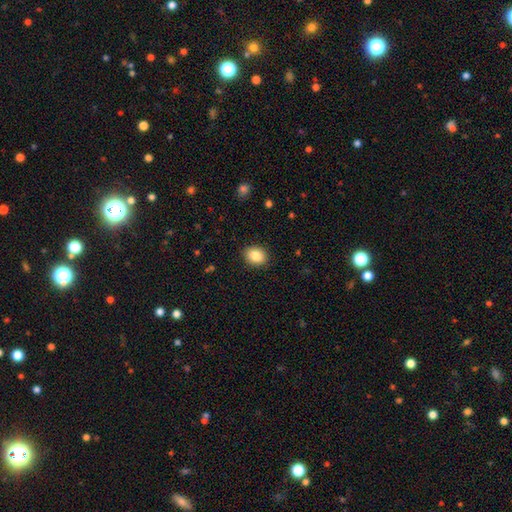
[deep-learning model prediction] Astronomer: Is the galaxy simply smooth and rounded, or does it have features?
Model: smooth — 85%.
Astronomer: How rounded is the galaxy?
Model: round — 51% (runner-up: in between, 49%).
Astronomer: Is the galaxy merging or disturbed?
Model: none — 90%.